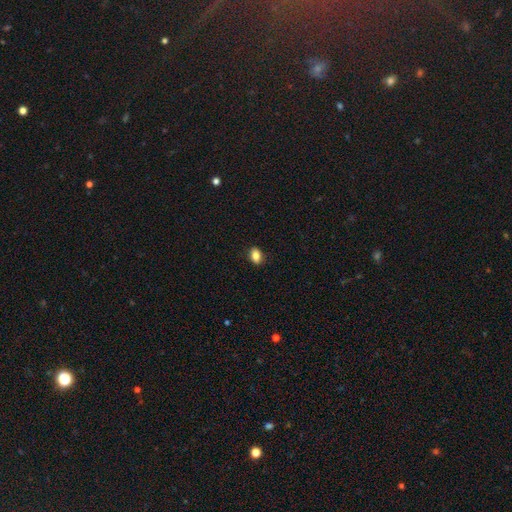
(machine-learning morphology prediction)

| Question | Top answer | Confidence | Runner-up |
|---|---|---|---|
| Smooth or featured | smooth | 84% | star or artifact (9%) |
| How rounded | in between | 80% | round (18%) |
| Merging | none | 88% | minor disturbance (9%) |